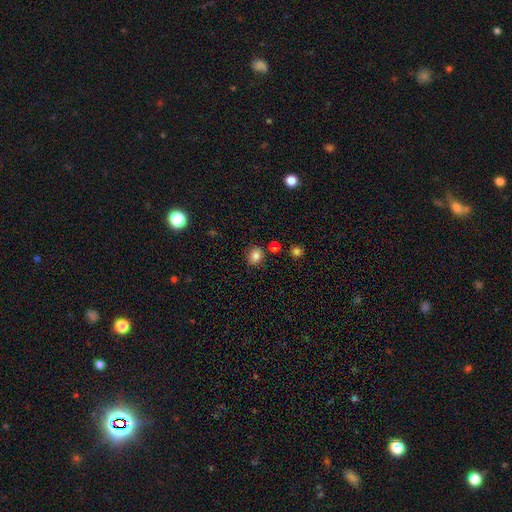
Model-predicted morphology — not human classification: The model was most divided on "how rounded": round: 61%, in between: 38%, cigar-shaped: 1%. More confident: smooth or featured — smooth (83%); merging — none (80%).